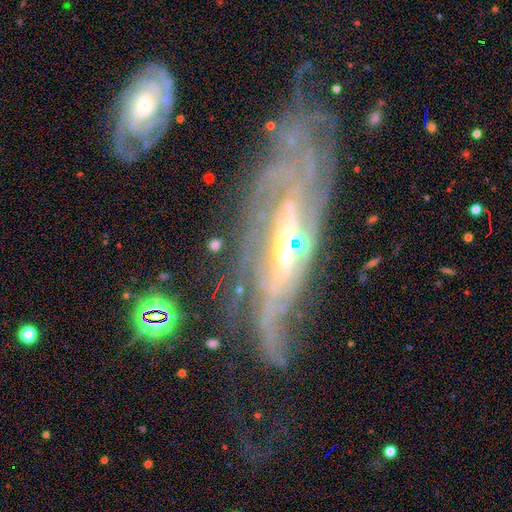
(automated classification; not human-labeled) This appears to be a featured or disk galaxy (82%) with no bar (39%), tight (55%) spiral arms (86%) and a moderate central bulge (48%). Merging: none (46%).